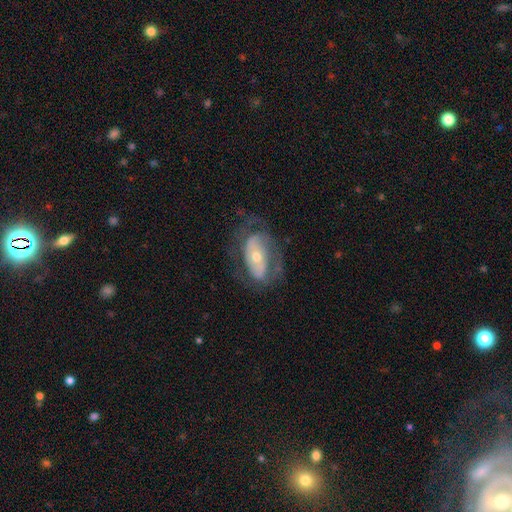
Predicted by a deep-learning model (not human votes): This is likely a featured or disk galaxy (70%). It is clearly not viewed edge-on (91%). Bar: possibly no (54%). Spiral arm pattern: likely yes (64%). Central bulge: possibly small (48%). Merging: possibly none (58%).